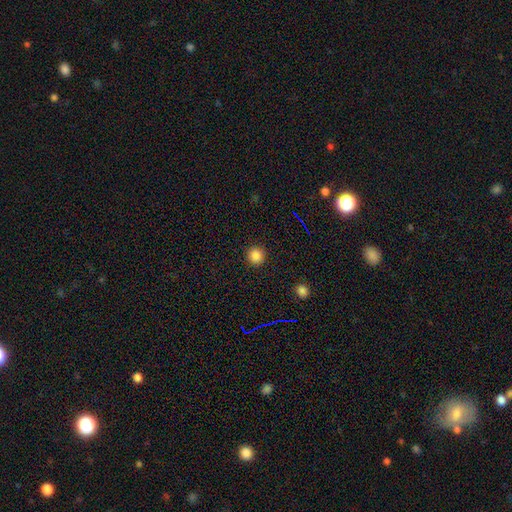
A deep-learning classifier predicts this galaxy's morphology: A smooth galaxy with no disk features (85%) that is round (95%).

Vote fractions:
- Smooth or featured? smooth: 85% / star or artifact: 12% / featured or disk: 3%
- How rounded? round: 95% / in between: 4% / cigar-shaped: 1%
- Merging? none: 92% / minor disturbance: 5% / major disturbance: 2% / merger: 1%